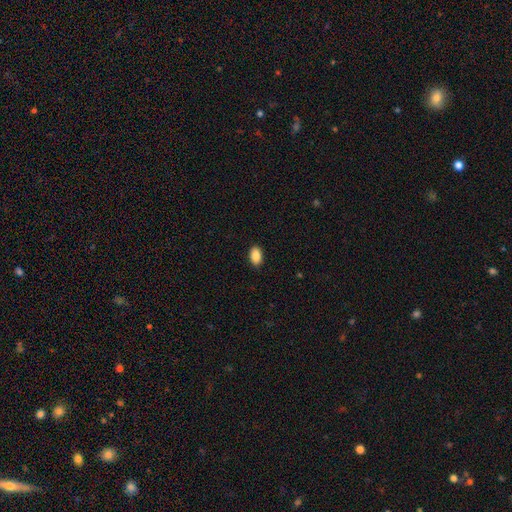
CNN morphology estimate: Overall: smooth (90%). How rounded: in between (92%). Merging: none (90%).